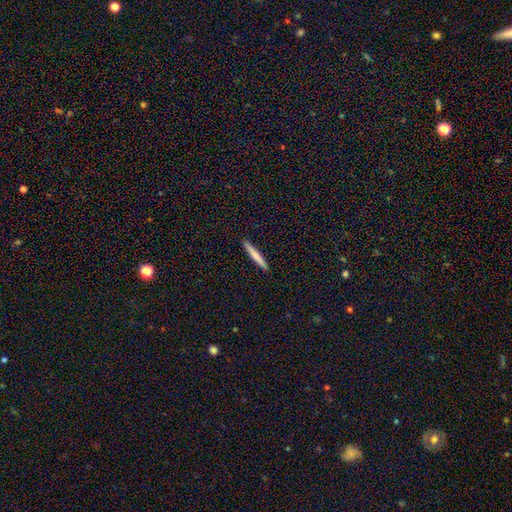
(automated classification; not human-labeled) Q: Smooth or featured?
A: smooth (72%); runner-up: featured or disk (22%)
Q: How rounded?
A: cigar-shaped (96%); runner-up: in between (3%)
Q: Merging?
A: none (93%); runner-up: minor disturbance (5%)